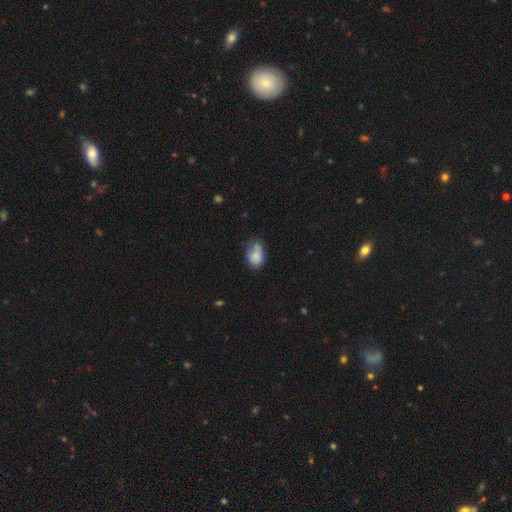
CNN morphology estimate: Smooth or featured? smooth (80%)
How rounded? in between (82%)
Merging? none (49%)